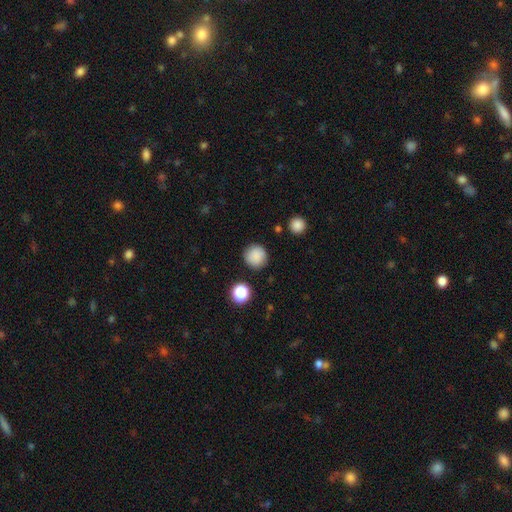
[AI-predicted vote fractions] Morphology: type=smooth (86%); roundness=round (94%); merging=none (87%).